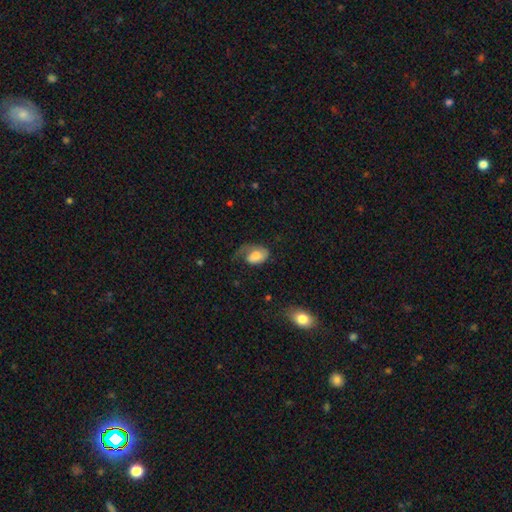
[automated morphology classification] This is possibly a smooth galaxy (53%). How rounded: clearly in between (85%). Merging: marginally major disturbance (42%).